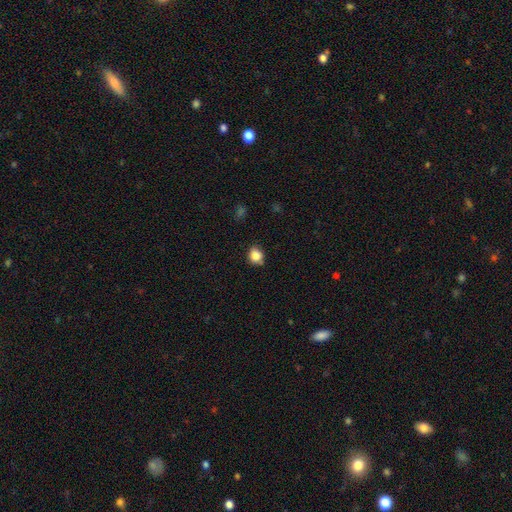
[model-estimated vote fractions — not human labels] smooth 85%, star or artifact 10%, featured or disk 5%. Down the decision tree: how rounded — round (67%); merging — none (72%).